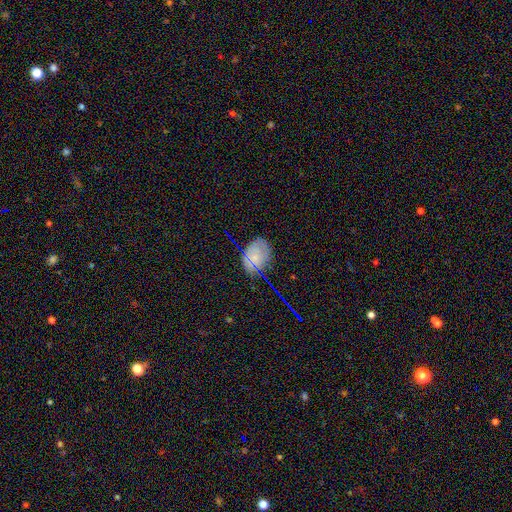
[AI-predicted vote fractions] smooth 61%, star or artifact 22%, featured or disk 17%. Down the decision tree: how rounded — in between (80%); merging — none (79%).